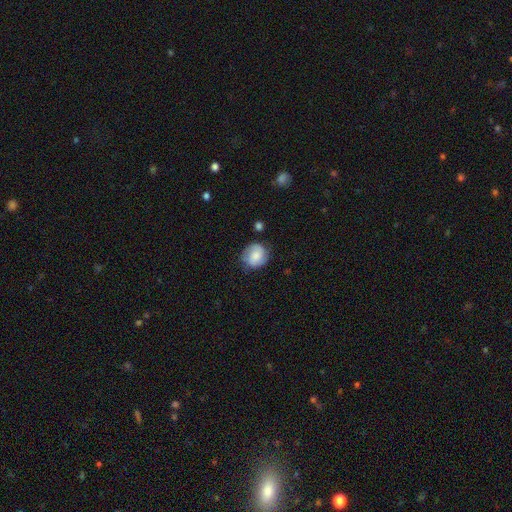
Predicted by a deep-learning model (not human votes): A smooth galaxy with no disk features (55%) that is round (74%).

Vote fractions:
- Smooth or featured? smooth: 55% / featured or disk: 37% / star or artifact: 8%
- How rounded? round: 74% / in between: 25% / cigar-shaped: 1%
- Merging? none: 71% / minor disturbance: 20% / major disturbance: 6% / merger: 3%